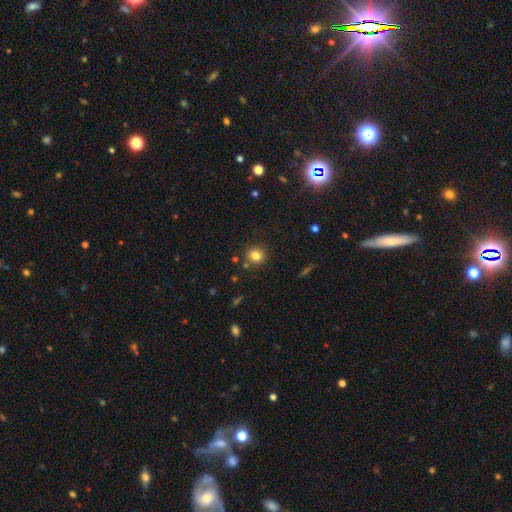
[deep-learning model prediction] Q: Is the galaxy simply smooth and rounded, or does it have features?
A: smooth — 81%.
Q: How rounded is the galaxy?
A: round — 81%.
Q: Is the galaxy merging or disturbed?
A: none — 84%.